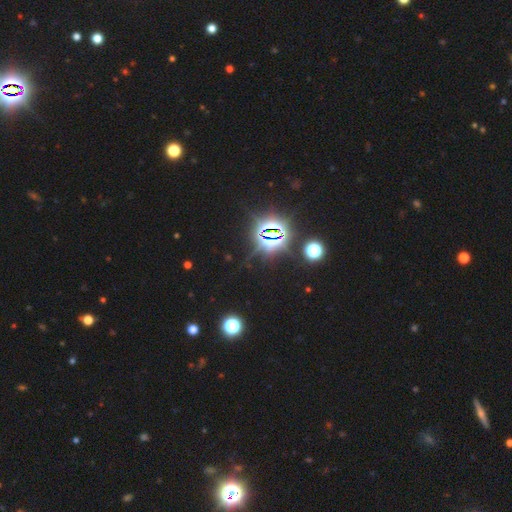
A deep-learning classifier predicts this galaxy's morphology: star or artifact 84%, smooth 11%, featured or disk 6%.